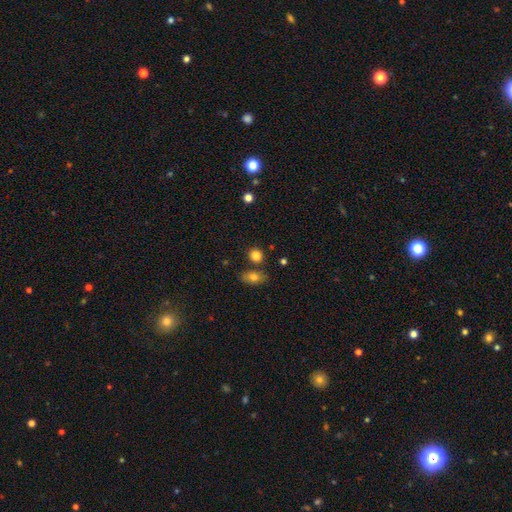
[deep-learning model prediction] smooth 83%, star or artifact 11%, featured or disk 6%. Down the decision tree: how rounded — round (71%); merging — none (75%).